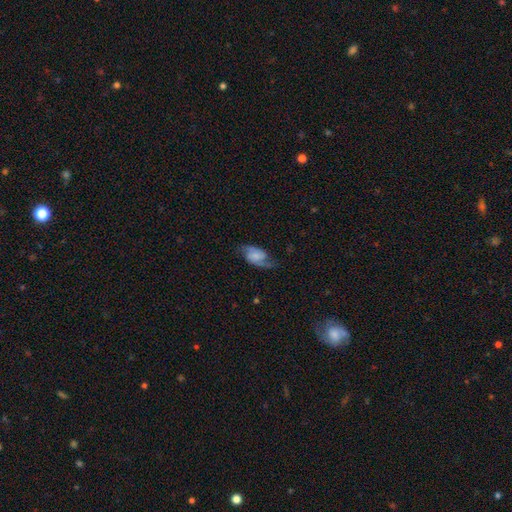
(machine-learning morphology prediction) This is likely a featured or disk galaxy (66%). It is clearly not viewed edge-on (96%). Bar: possibly no (51%). Spiral arm pattern: clearly yes (93%). Spiral arm count: clearly 2 (88%). Spiral winding: marginally medium (44%). Central bulge: marginally none (35%). Merging: likely none (68%).